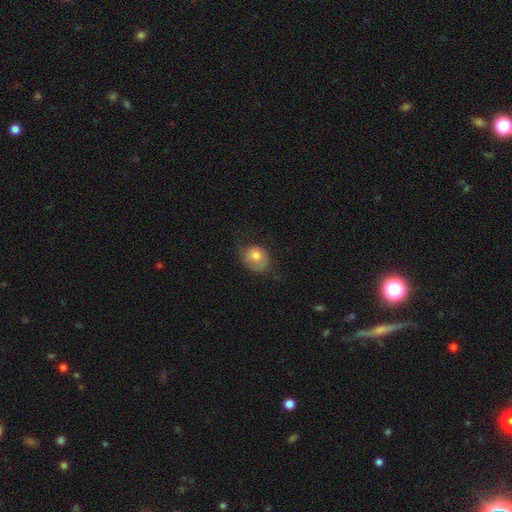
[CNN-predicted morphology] Overall: smooth (74%). How rounded: round (52%; in between 47%). Merging: none (52%; minor disturbance 31%).